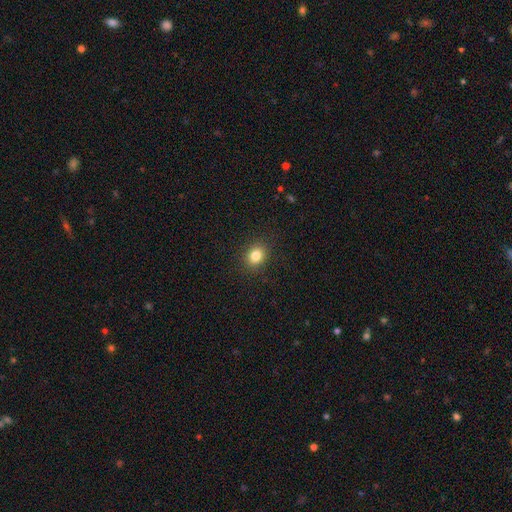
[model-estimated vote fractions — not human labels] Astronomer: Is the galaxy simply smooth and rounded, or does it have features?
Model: smooth — 83%.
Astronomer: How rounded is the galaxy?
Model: round — 57% (runner-up: in between, 42%).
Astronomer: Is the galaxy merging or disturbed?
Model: none — 89%.